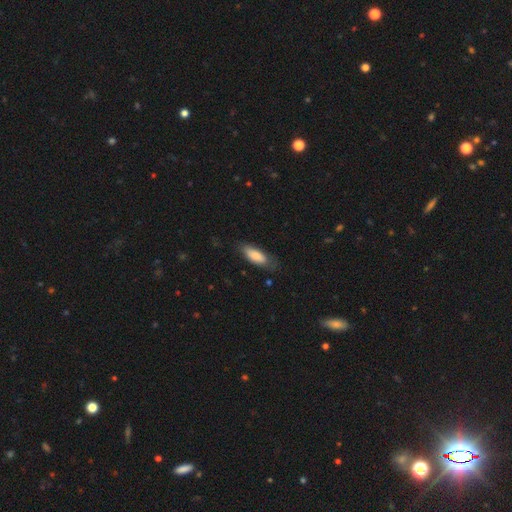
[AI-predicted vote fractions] Q: Smooth or featured?
A: smooth (80%); runner-up: featured or disk (14%)
Q: How rounded?
A: in between (70%); runner-up: cigar-shaped (28%)
Q: Merging?
A: none (67%); runner-up: minor disturbance (25%)